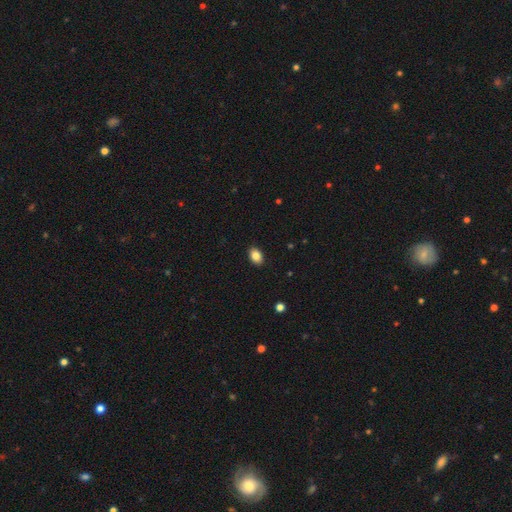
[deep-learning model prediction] This is clearly a smooth galaxy (86%). How rounded: clearly in between (82%). Merging: clearly none (90%).